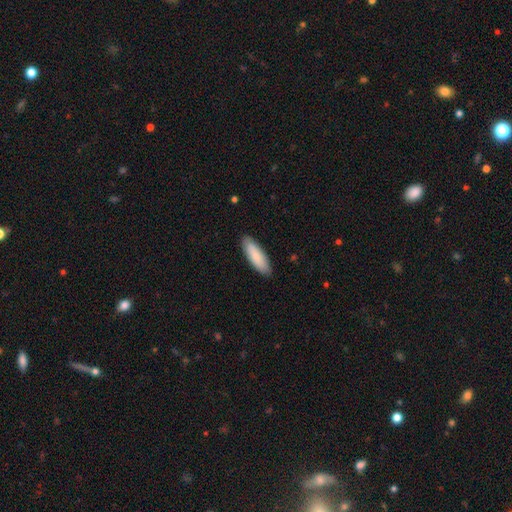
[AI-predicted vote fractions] A smooth galaxy with no disk features (86%) that is in between round and cigar-shaped (50%). Merging: none (88%).